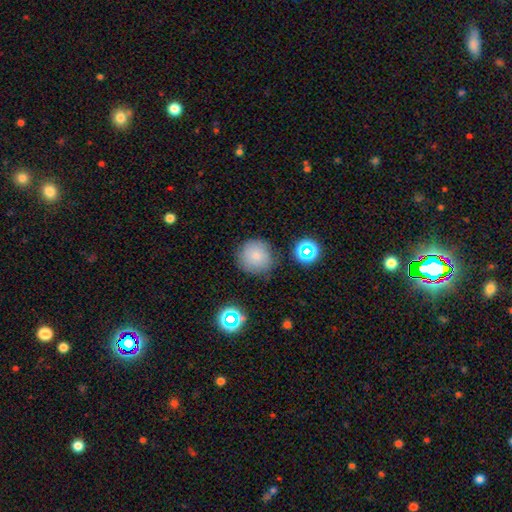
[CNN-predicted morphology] This is likely a smooth galaxy (79%). How rounded: clearly round (94%). Merging: likely none (79%).